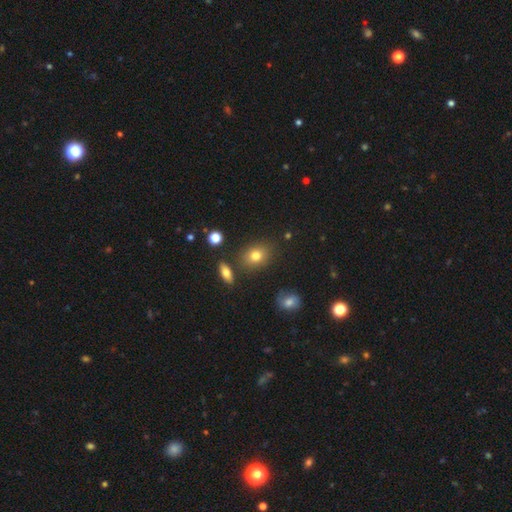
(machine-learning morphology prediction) This appears to be a smooth galaxy with no disk features (77%) that is in between round and cigar-shaped (56%). Merging: none (79%).